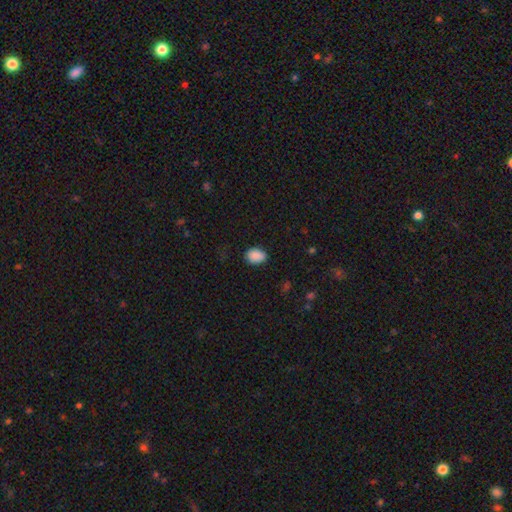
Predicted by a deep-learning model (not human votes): Smooth or featured?
  - smooth: 88% *
  - star or artifact: 8%
  - featured or disk: 3%
How rounded?
  - in between: 71% *
  - round: 28%
  - cigar-shaped: 1%
Merging?
  - none: 79% *
  - minor disturbance: 16%
  - major disturbance: 3%
  - merger: 1%